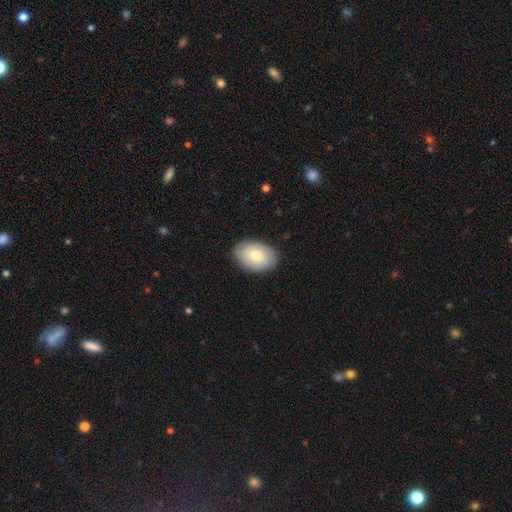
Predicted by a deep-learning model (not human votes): smooth_or_featured: smooth (p=0.76) [alt: featured or disk p=0.18]
how_rounded: in between (p=0.90) [alt: round p=0.09]
merging: none (p=0.85) [alt: minor disturbance p=0.12]